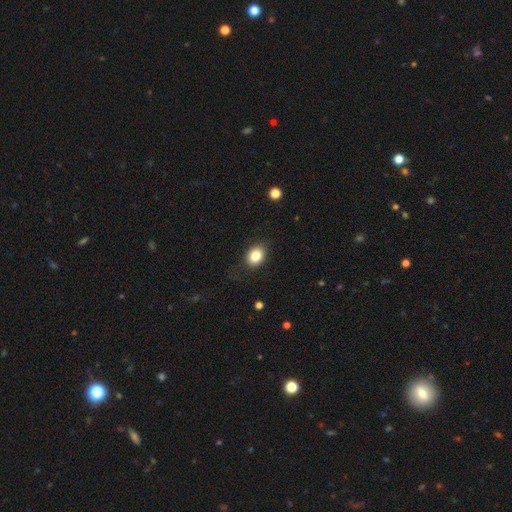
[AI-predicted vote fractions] Smooth or featured? Predicted: smooth (p=0.84). How rounded? Predicted: in between (p=0.68). Merging? Predicted: none (p=0.82).